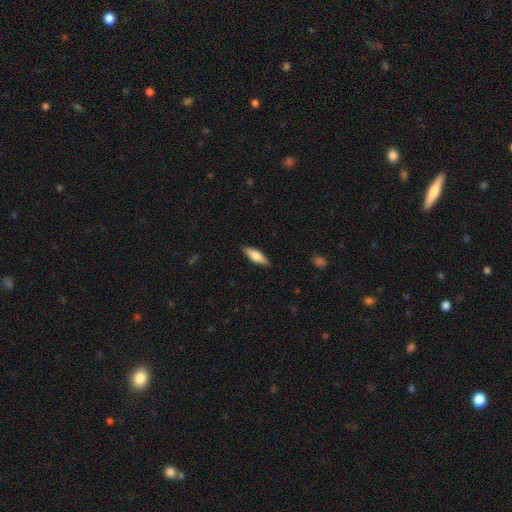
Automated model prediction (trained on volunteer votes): Smooth or featured: smooth — 65% (featured or disk — 29%)
How rounded: in between — 53% (cigar-shaped — 44%)
Merging: none — 88% (minor disturbance — 9%)